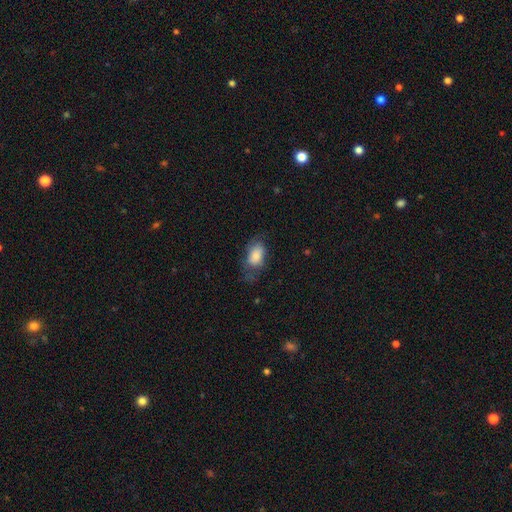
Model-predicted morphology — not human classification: Smooth or featured? Predicted: smooth (p=0.77). How rounded? Predicted: in between (p=0.90). Merging? Predicted: none (p=0.49).